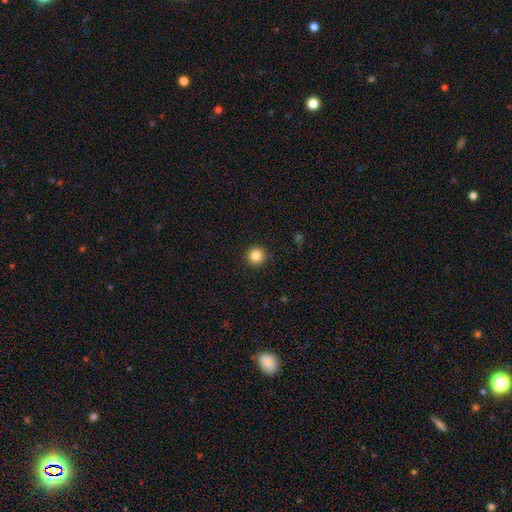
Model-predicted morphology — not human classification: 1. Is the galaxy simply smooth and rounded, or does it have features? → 85% smooth, 11% star or artifact, 5% featured or disk.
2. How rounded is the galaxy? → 96% round, 3% in between, 1% cigar-shaped.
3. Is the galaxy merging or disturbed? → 92% none, 5% minor disturbance, 2% major disturbance, 1% merger.